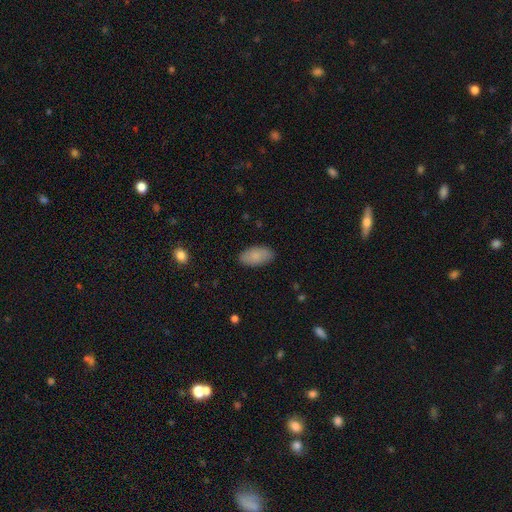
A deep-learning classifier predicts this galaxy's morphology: smooth 84%, featured or disk 9%, star or artifact 6%. Down the decision tree: how rounded — in between (95%); merging — none (86%).